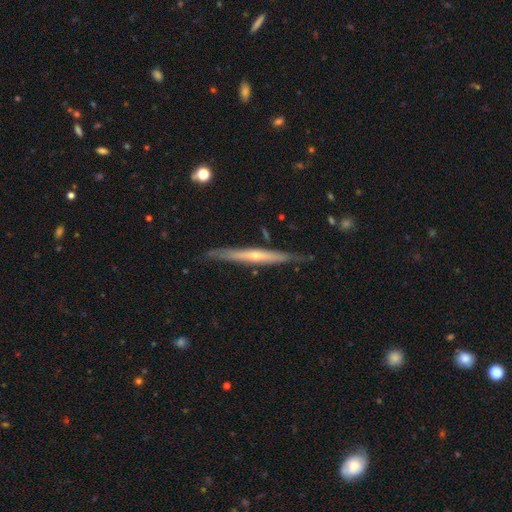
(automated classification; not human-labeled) A featured or disk galaxy (69%) viewed edge-on (95%) with a rounded central bulge (59%). Merging: none (83%).